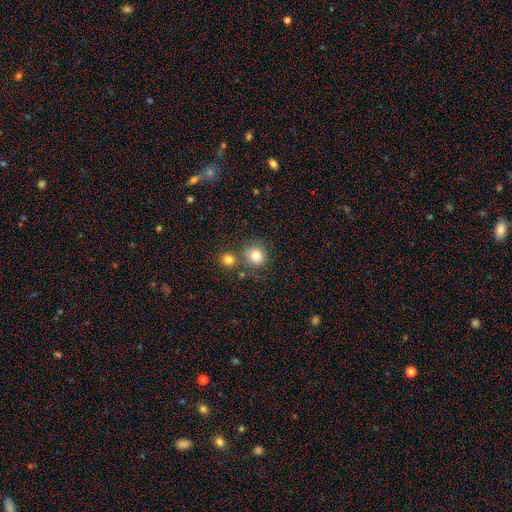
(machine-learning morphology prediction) The model was most divided on "merging": none: 66%, merger: 17%, minor disturbance: 12%, major disturbance: 5%. More confident: how rounded — round (88%); smooth or featured — smooth (80%).